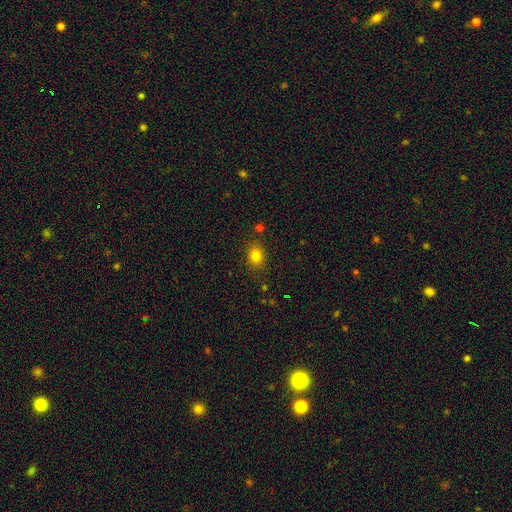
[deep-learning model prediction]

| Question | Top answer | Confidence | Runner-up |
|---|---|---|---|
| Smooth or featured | smooth | 81% | star or artifact (13%) |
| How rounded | in between | 54% | round (45%) |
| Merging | none | 84% | minor disturbance (10%) |